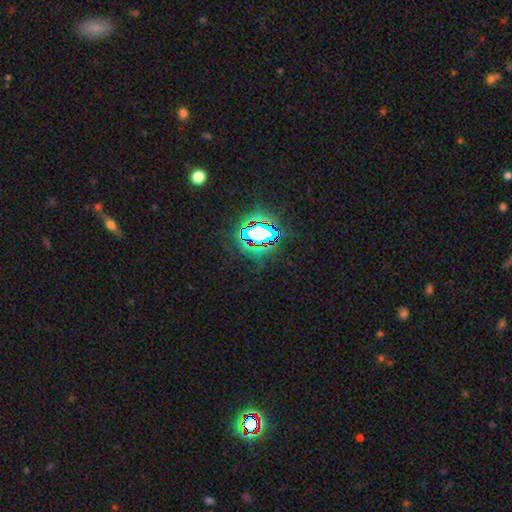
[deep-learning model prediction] smooth-or-featured: star or artifact: 80% | smooth: 12% | featured or disk: 8%